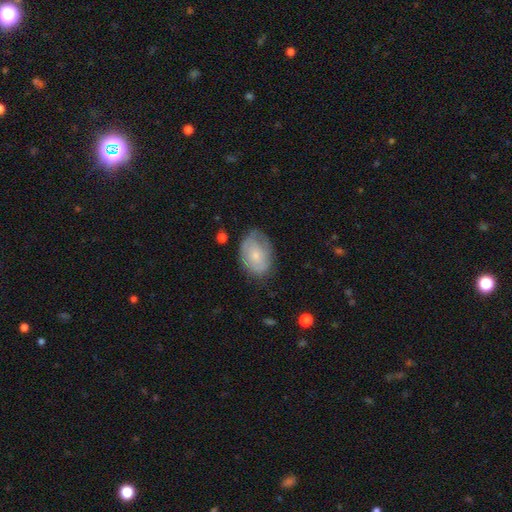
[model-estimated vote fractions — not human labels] Smooth or featured? smooth (52%)
How rounded? in between (77%)
Merging? none (63%)